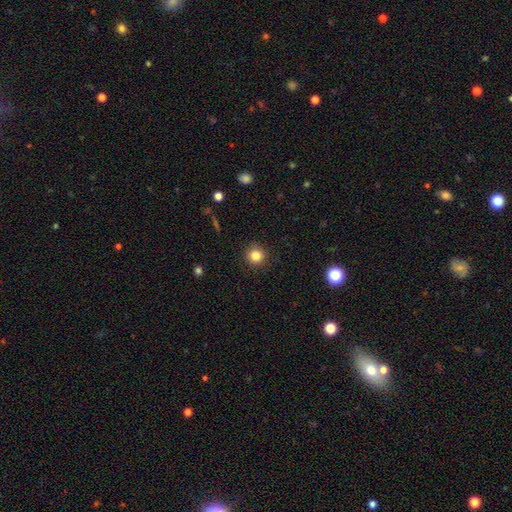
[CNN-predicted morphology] The model was most divided on "smooth or featured": smooth: 83%, star or artifact: 12%, featured or disk: 5%. More confident: how rounded — round (93%); merging — none (91%).